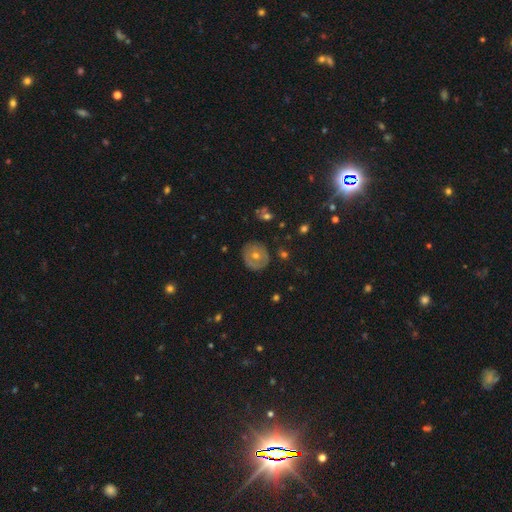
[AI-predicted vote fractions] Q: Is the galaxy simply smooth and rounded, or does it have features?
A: smooth — 47%.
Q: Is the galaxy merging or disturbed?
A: none — 84%.